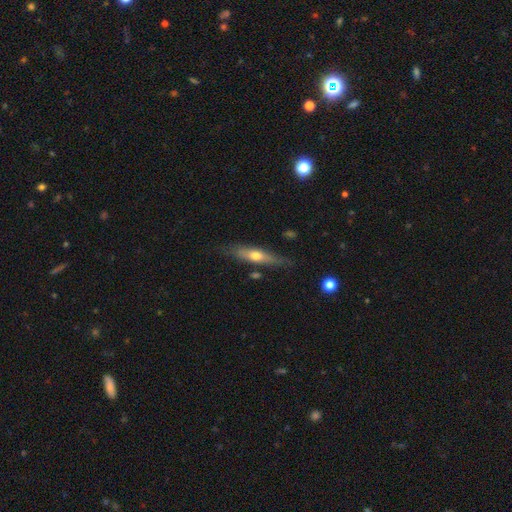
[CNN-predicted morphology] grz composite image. It shows a featured or disk galaxy (48%). Merging: none (76%).